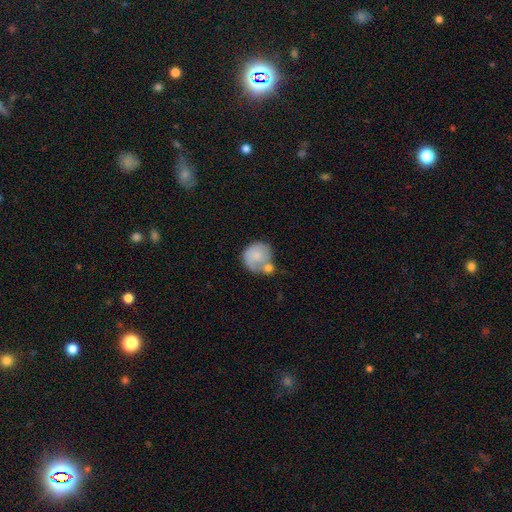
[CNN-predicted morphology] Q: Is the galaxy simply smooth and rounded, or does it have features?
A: smooth — 68%.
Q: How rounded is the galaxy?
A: round — 85%.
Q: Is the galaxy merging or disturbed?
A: none — 35%.